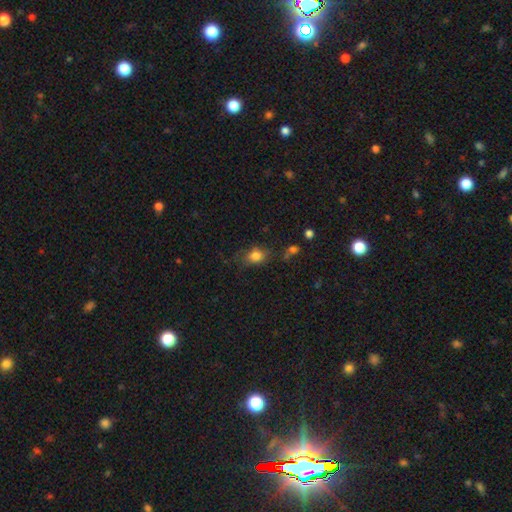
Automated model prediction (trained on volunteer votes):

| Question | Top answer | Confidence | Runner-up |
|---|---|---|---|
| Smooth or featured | smooth | 80% | star or artifact (11%) |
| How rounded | in between | 61% | round (37%) |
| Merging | none | 63% | minor disturbance (23%) |